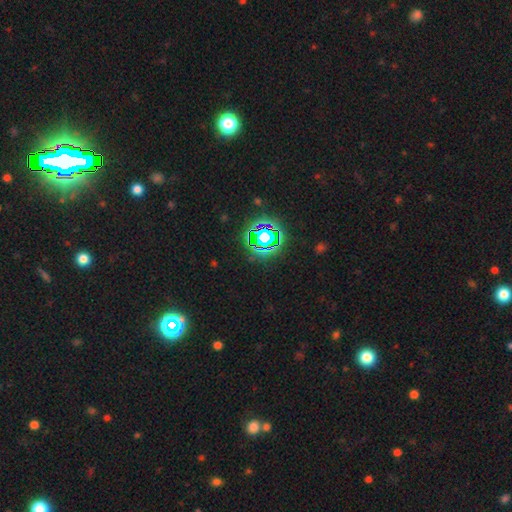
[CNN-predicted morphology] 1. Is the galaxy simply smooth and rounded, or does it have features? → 80% star or artifact, 13% smooth, 8% featured or disk.